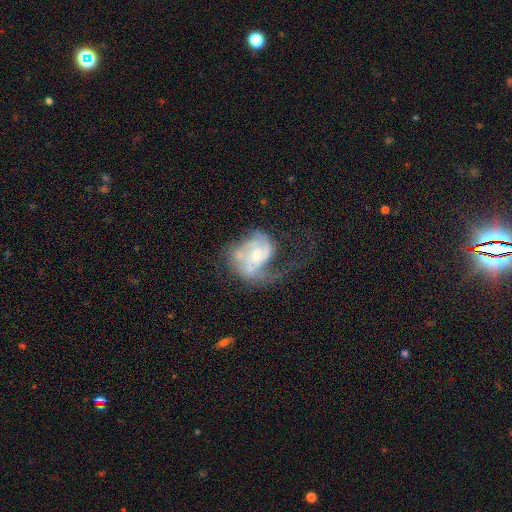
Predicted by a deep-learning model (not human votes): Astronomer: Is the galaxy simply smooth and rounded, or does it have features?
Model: featured or disk — 75%.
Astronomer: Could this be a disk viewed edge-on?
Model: no — 98%.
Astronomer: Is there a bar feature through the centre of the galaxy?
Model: no — 62%.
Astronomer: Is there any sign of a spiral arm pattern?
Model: yes — 80%.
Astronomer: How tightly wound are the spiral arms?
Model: medium — 39% (runner-up: loose, 35%).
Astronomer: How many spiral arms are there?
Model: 1 — 38% (runner-up: 2, 31%).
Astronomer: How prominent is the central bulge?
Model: moderate — 53% (runner-up: small, 34%).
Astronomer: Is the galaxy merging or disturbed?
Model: major disturbance — 48% (runner-up: none, 23%).